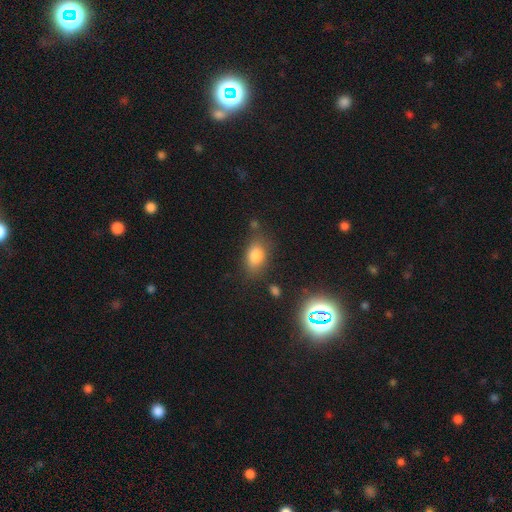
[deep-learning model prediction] A smooth galaxy with no disk features (80%) that is in between round and cigar-shaped (81%). Merging: none (72%).